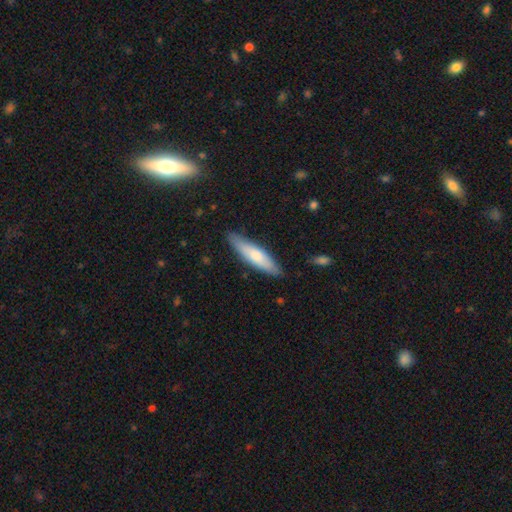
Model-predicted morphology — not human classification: A smooth galaxy with no disk features (71%) that is cigar-shaped (74%).

Vote fractions:
- Smooth or featured? smooth: 71% / featured or disk: 24% / star or artifact: 5%
- How rounded? cigar-shaped: 74% / in between: 25% / round: 1%
- Merging? none: 85% / minor disturbance: 12% / major disturbance: 2% / merger: 1%